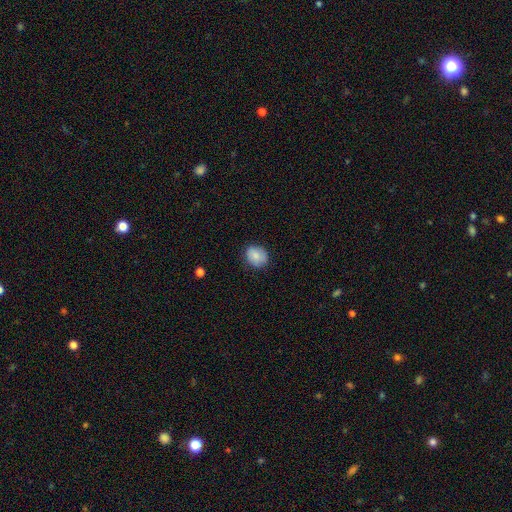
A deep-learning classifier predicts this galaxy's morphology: The model was most divided on "how rounded": round: 55%, in between: 44%, cigar-shaped: 1%. More confident: smooth or featured — smooth (83%); merging — none (79%).